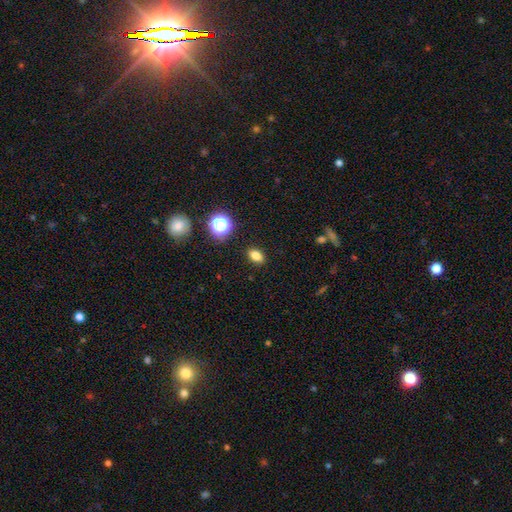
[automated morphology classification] Smooth or featured? Predicted: smooth (p=0.79). How rounded? Predicted: in between (p=0.79). Merging? Predicted: none (p=0.89).